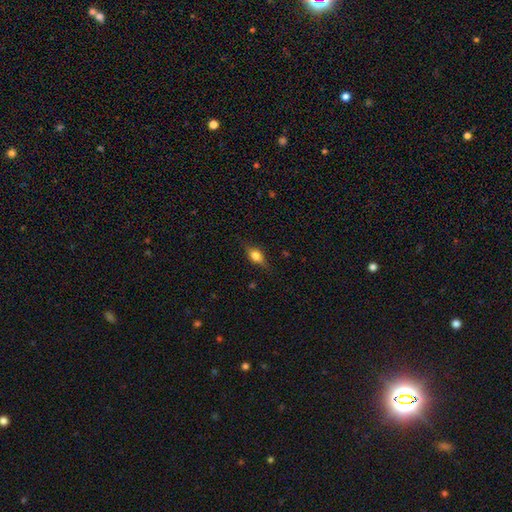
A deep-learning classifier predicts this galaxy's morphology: This appears to be a smooth galaxy with no disk features (65%) that is in between round and cigar-shaped (73%). Merging: none (77%).